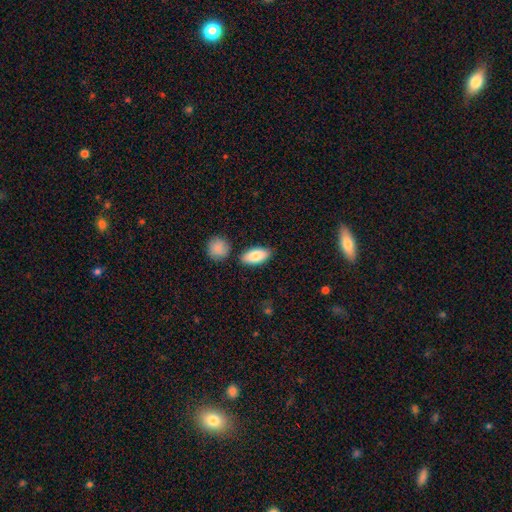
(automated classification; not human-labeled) smooth-or-featured: smooth: 84% | featured or disk: 10% | star or artifact: 6%
  how-rounded: in between: 90% | cigar-shaped: 8% | round: 3%
  merging: none: 83% | minor disturbance: 9% | merger: 5% | major disturbance: 2%